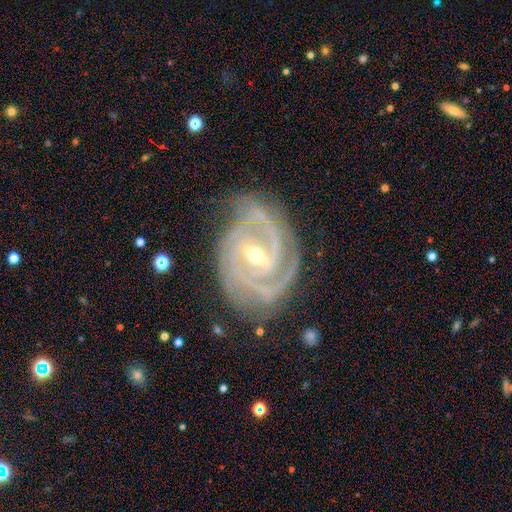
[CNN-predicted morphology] This is clearly a featured or disk galaxy (92%). It is clearly not viewed edge-on (97%). Bar: marginally weak (44%). Spiral arm pattern: clearly yes (98%). Spiral arm count: marginally 3 (39%). Spiral winding: likely tight (68%). Central bulge: possibly small (56%). Merging: likely none (69%).